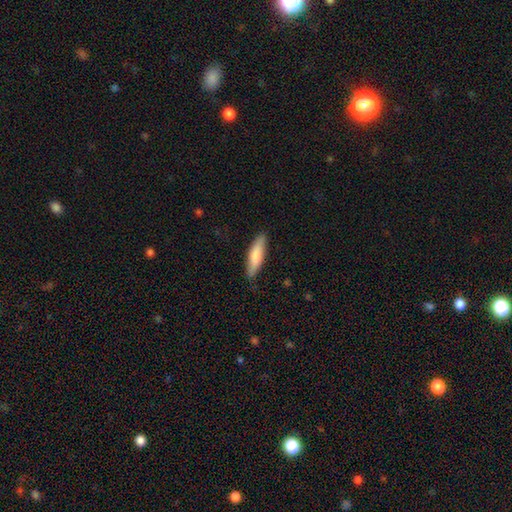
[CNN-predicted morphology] Smooth or featured?
  - smooth: 78% *
  - featured or disk: 17%
  - star or artifact: 5%
How rounded?
  - cigar-shaped: 65% *
  - in between: 34%
  - round: 1%
Merging?
  - none: 85% *
  - minor disturbance: 12%
  - major disturbance: 2%
  - merger: 1%